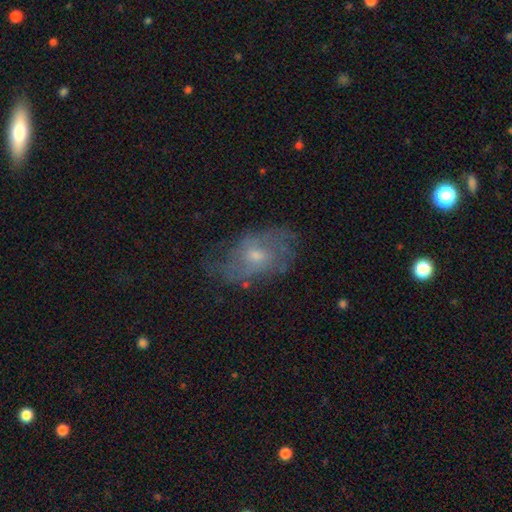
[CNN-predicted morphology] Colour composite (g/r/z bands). It shows a featured or disk galaxy (61%) with no bar (64%), spiral arms (68%) and a small central bulge (52%). Merging: none (56%).